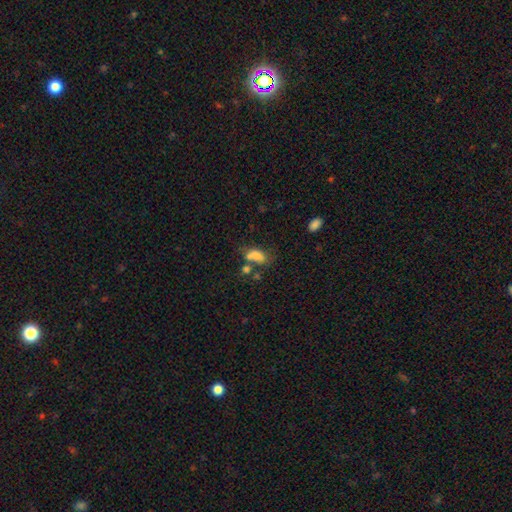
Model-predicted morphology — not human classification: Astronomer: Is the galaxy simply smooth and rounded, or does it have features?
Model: smooth — 73%.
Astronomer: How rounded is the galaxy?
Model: in between — 85%.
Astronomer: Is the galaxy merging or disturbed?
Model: merger — 35%, tied with none at 35%.